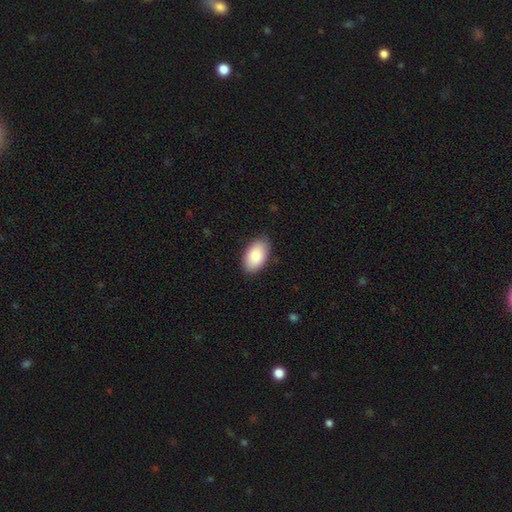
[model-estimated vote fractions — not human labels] smooth-or-featured: smooth: 88% | featured or disk: 6% | star or artifact: 6%
  how-rounded: in between: 95% | round: 4% | cigar-shaped: 1%
  merging: none: 83% | minor disturbance: 14% | major disturbance: 2% | merger: 1%